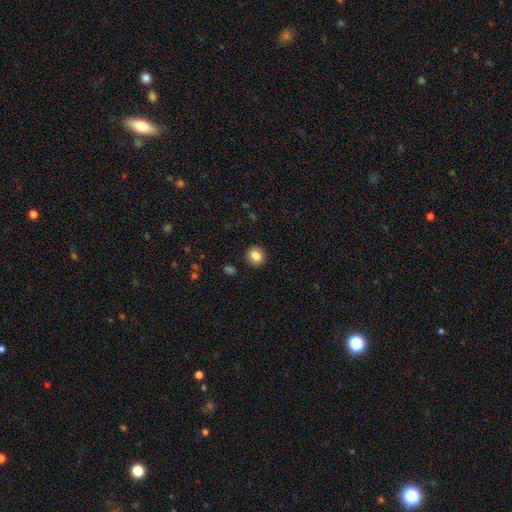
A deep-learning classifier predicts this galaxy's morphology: A smooth galaxy with no disk features (85%) that is round (67%).

Vote fractions:
- Smooth or featured? smooth: 85% / star or artifact: 9% / featured or disk: 6%
- How rounded? round: 67% / in between: 32% / cigar-shaped: 1%
- Merging? none: 89% / minor disturbance: 8% / major disturbance: 2% / merger: 1%